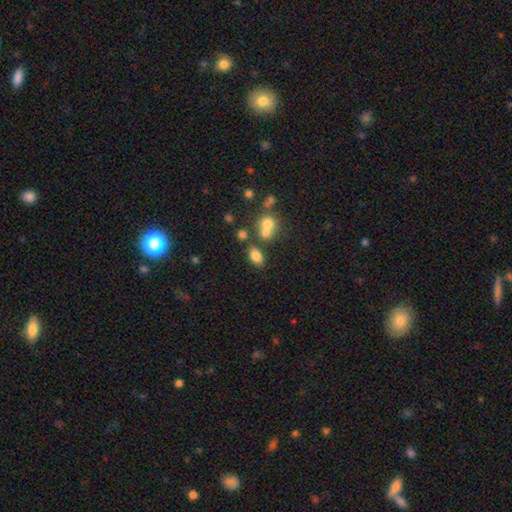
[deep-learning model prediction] Smooth or featured? Predicted: smooth (p=0.79). How rounded? Predicted: in between (p=0.84). Merging? Predicted: none (p=0.67).